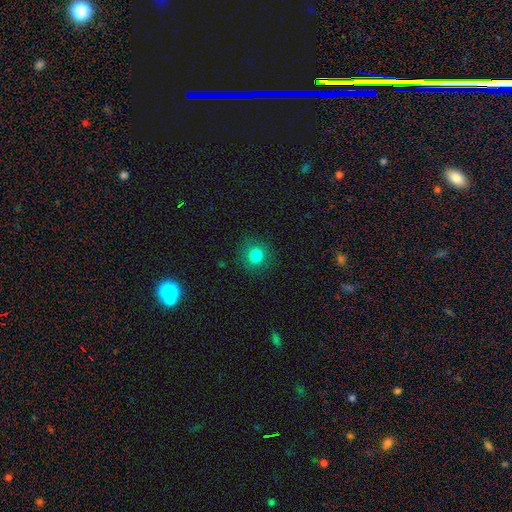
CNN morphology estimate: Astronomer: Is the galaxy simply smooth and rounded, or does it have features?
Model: smooth — 83%.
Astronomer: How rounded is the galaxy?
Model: round — 90%.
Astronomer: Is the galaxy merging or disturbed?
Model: none — 87%.